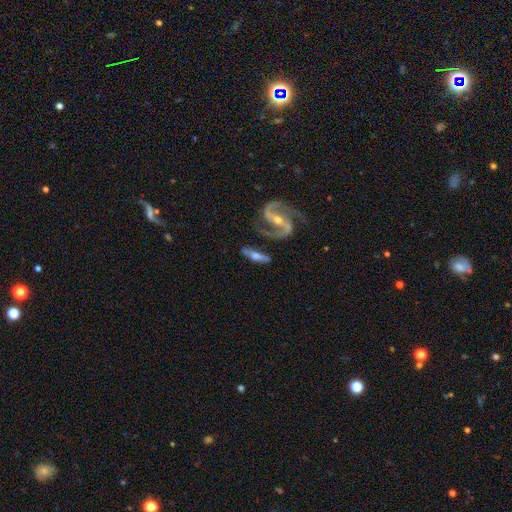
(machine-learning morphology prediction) Overall: featured or disk (71%). Edge-on disk: no (55%; yes 45%). Merging: none (66%).